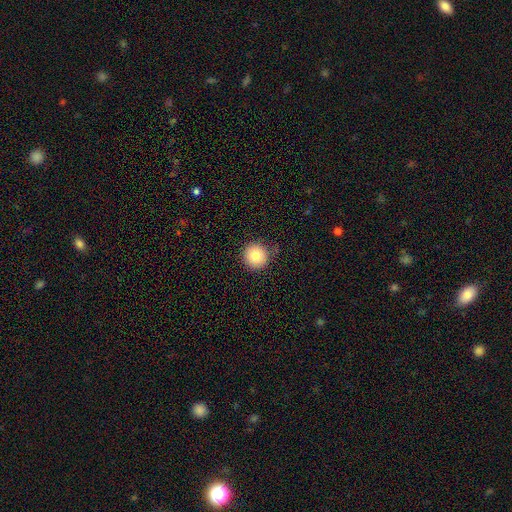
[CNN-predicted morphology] Smooth or featured: smooth — 80% (star or artifact — 10%)
How rounded: round — 96% (in between — 3%)
Merging: none — 86% (minor disturbance — 10%)